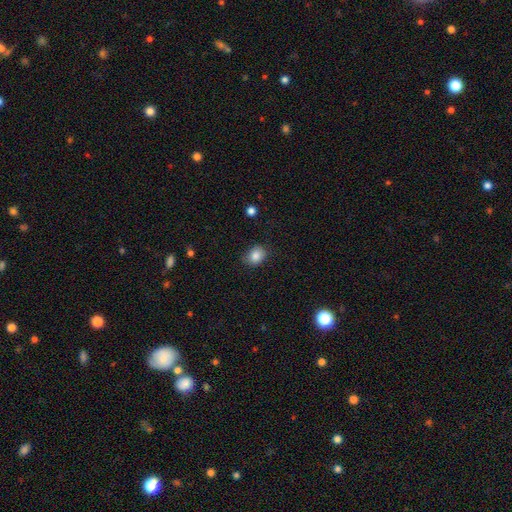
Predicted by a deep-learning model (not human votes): smooth_or_featured: smooth (p=0.85) [alt: star or artifact p=0.10]
how_rounded: round (p=0.55) [alt: in between p=0.44]
merging: none (p=0.79) [alt: minor disturbance p=0.17]